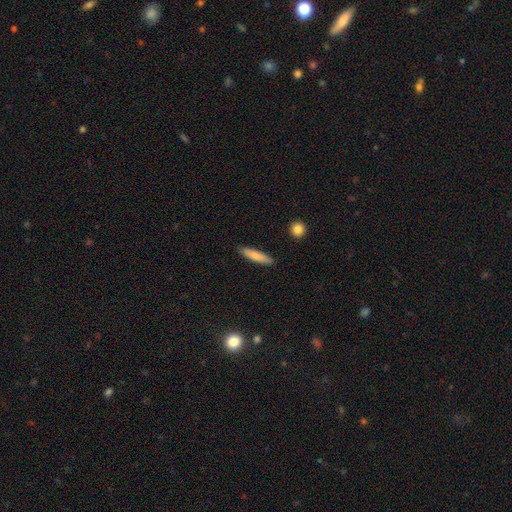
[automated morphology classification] This is likely a smooth galaxy (77%). How rounded: clearly cigar-shaped (80%). Merging: clearly none (89%).